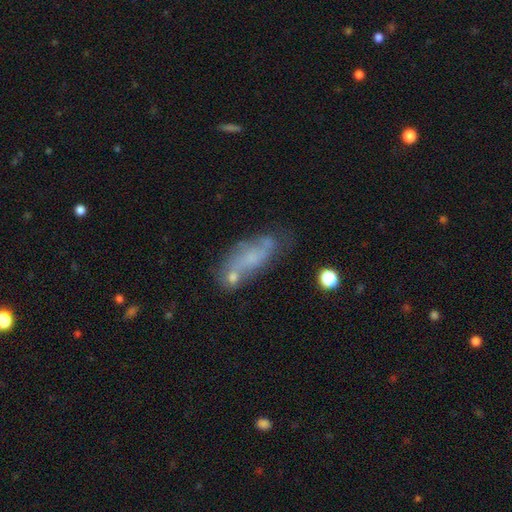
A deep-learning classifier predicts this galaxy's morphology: This is possibly a smooth galaxy (50%). How rounded: likely in between (79%). Merging: marginally none (38%).